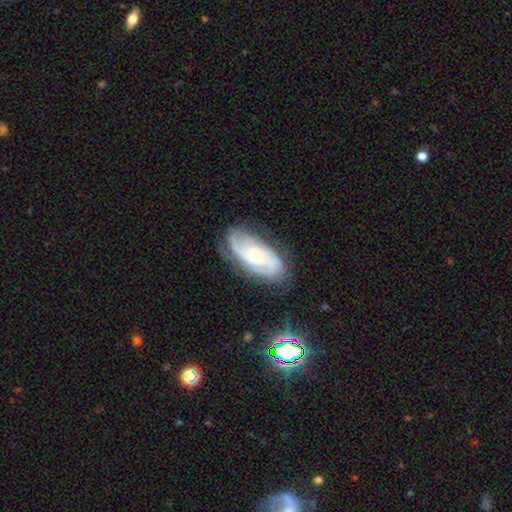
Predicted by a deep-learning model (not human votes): smooth-or-featured: featured or disk: 80% | smooth: 13% | star or artifact: 6%
  disk-edge-on: no: 95% | yes: 5%
    bar: no: 66% | weak: 28% | strong: 6%
    has-spiral-arms: yes: 95% | no: 5%
      spiral-winding: tight: 51% | medium: 38% | loose: 11%
      spiral-arm-count: 2: 42% | can't tell: 23% | 3: 22% | 1: 5% | 4: 5% | more than 4: 3%
    bulge-size: small: 64% | moderate: 30% | none: 3% | large: 2% | dominant: 1%
  merging: none: 72% | minor disturbance: 20% | major disturbance: 7% | merger: 2%